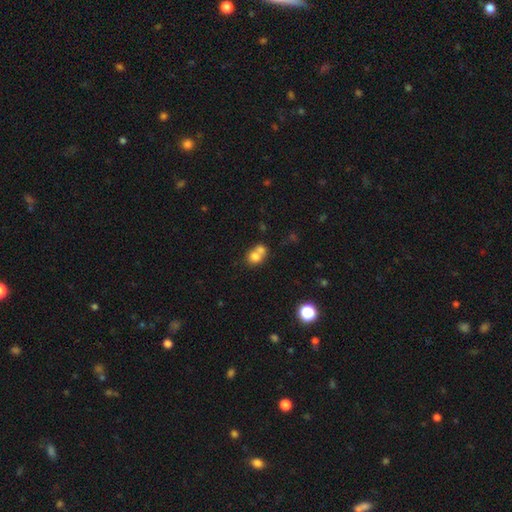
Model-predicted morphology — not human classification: The model was most divided on "merging": merger: 61%, none: 29%, minor disturbance: 7%, major disturbance: 3%. More confident: smooth or featured — smooth (73%); how rounded — round (68%).